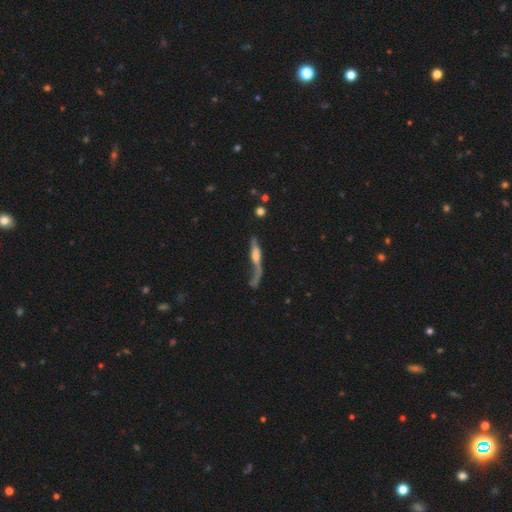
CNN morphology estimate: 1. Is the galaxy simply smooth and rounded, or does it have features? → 63% featured or disk, 29% smooth, 8% star or artifact.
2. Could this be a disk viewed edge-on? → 64% yes, 36% no.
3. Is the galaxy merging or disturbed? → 41% major disturbance, 29% none, 20% minor disturbance, 10% merger.